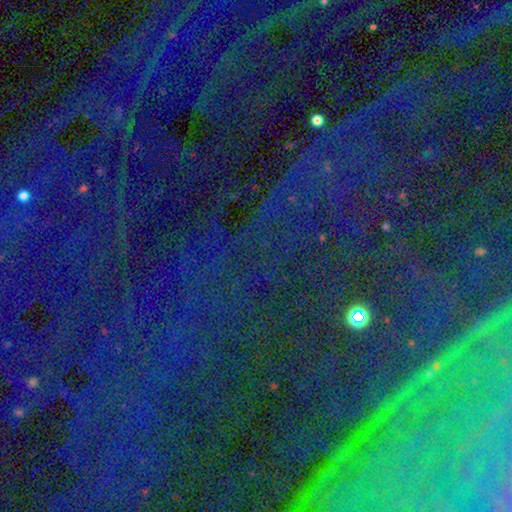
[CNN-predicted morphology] Q: Smooth or featured?
A: star or artifact (81%); runner-up: smooth (11%)